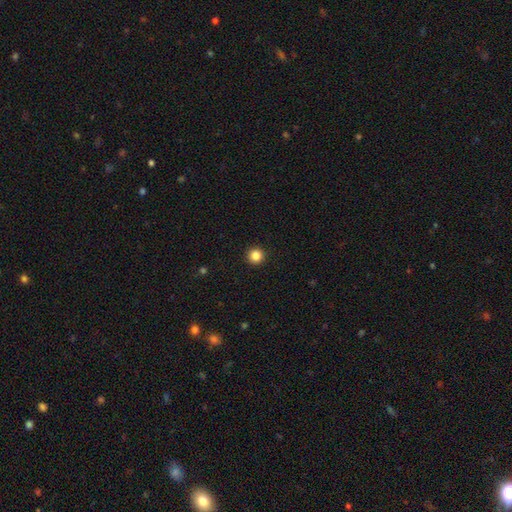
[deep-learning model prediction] smooth-or-featured: smooth: 85% | star or artifact: 11% | featured or disk: 4%
  how-rounded: round: 96% | in between: 3% | cigar-shaped: 1%
  merging: none: 93% | minor disturbance: 4% | major disturbance: 1% | merger: 1%